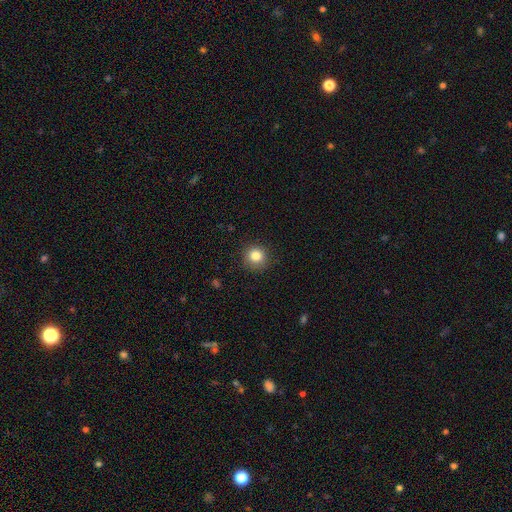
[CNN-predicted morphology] Smooth or featured? smooth (84%)
How rounded? round (91%)
Merging? none (87%)